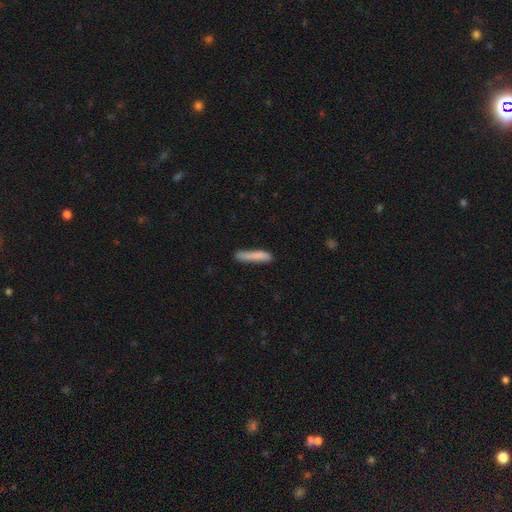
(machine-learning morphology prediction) type=smooth (82%); roundness=cigar-shaped (90%); merging=none (75%).